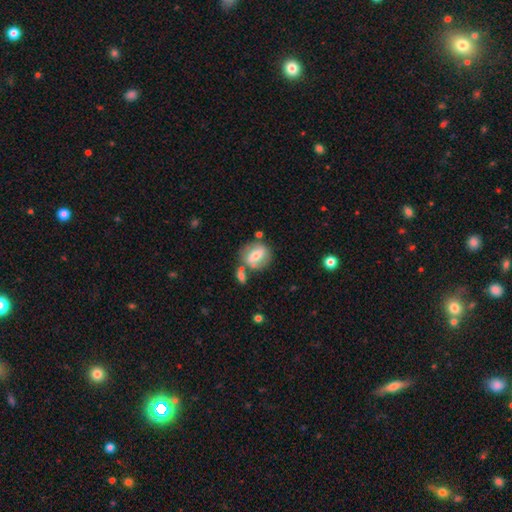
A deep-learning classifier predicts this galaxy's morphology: A smooth galaxy with no disk features (52%) that is round (53%). Merging: none (59%).